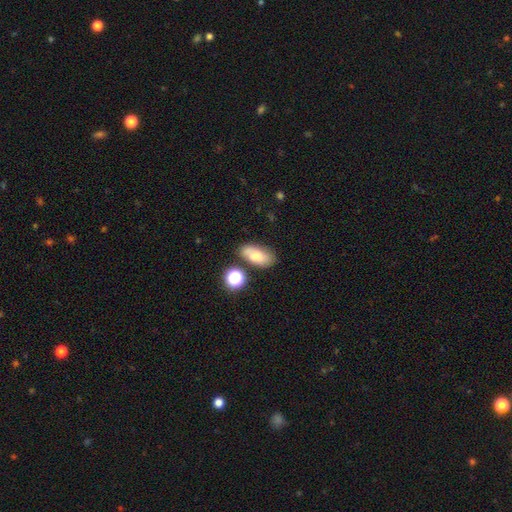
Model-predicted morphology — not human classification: Smooth or featured? Predicted: smooth (p=0.73). How rounded? Predicted: in between (p=0.86). Merging? Predicted: none (p=0.68).